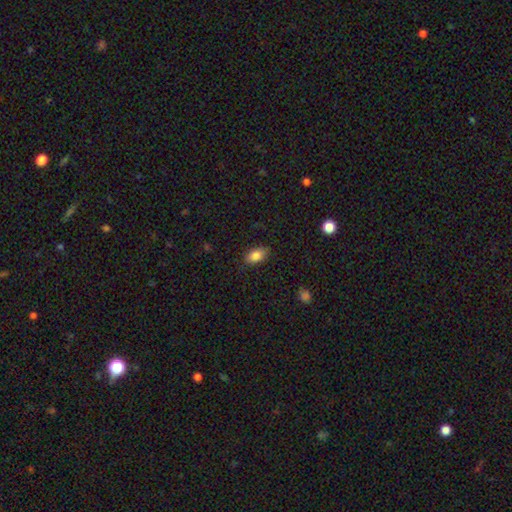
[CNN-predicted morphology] Overall: smooth (83%). How rounded: in between (91%). Merging: none (86%).